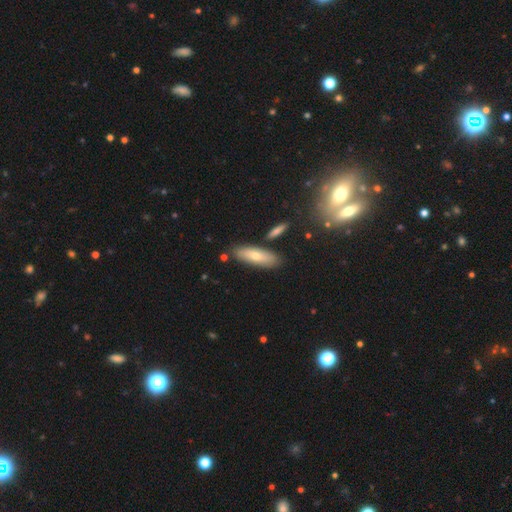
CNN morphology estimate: The model was most divided on "how rounded": in between: 58%, cigar-shaped: 40%, round: 2%. More confident: merging — none (79%); smooth or featured — smooth (66%).